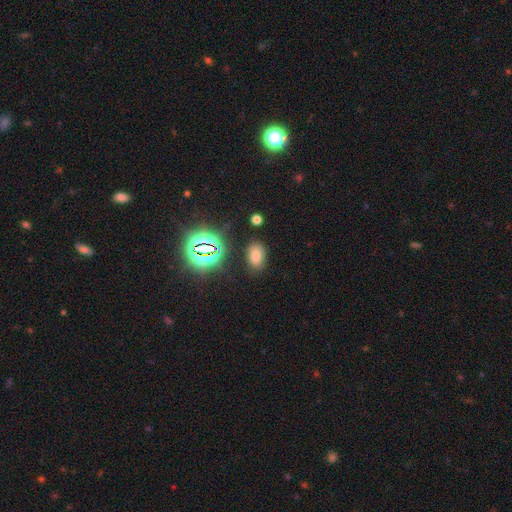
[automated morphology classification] This appears to be a smooth galaxy with no disk features (64%) that is in between round and cigar-shaped (88%). Merging: none (81%).